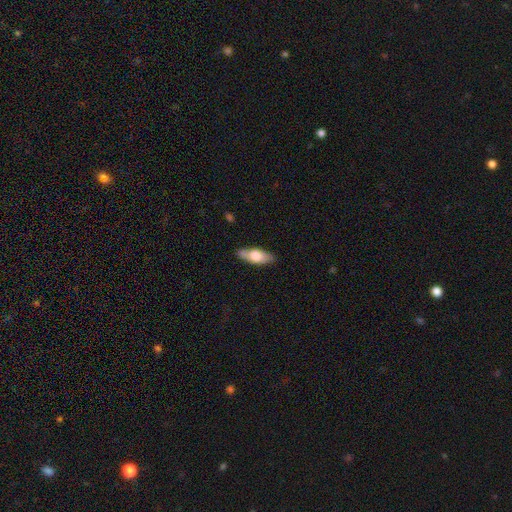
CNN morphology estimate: Smooth or featured? smooth (65%)
How rounded? in between (69%)
Merging? none (78%)